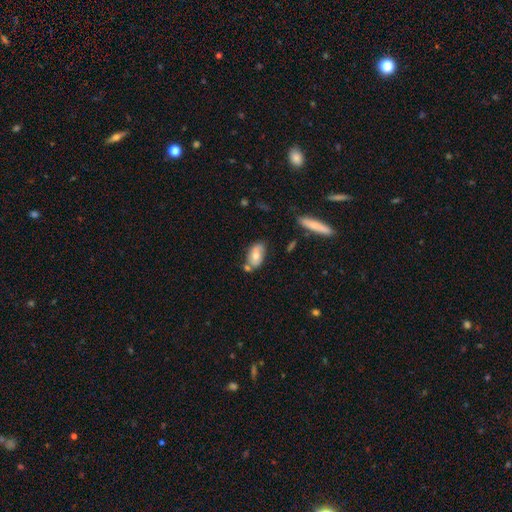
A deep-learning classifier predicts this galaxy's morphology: The model was most divided on "smooth or featured": smooth: 65%, featured or disk: 29%, star or artifact: 7%. More confident: how rounded — in between (91%); merging — none (64%).